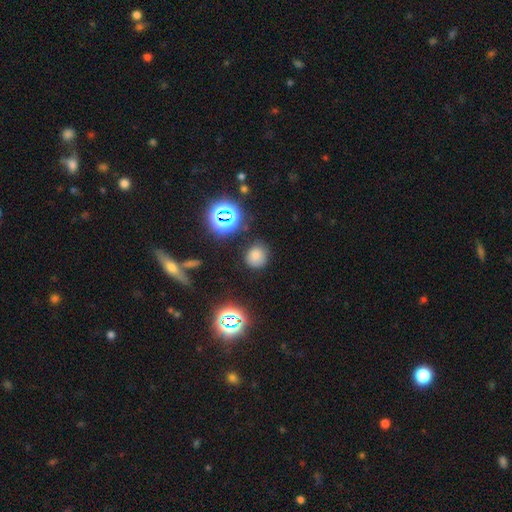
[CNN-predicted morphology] smooth_or_featured: smooth (p=0.72) [alt: star or artifact p=0.21]
how_rounded: round (p=0.83) [alt: in between p=0.16]
merging: none (p=0.78) [alt: minor disturbance p=0.15]